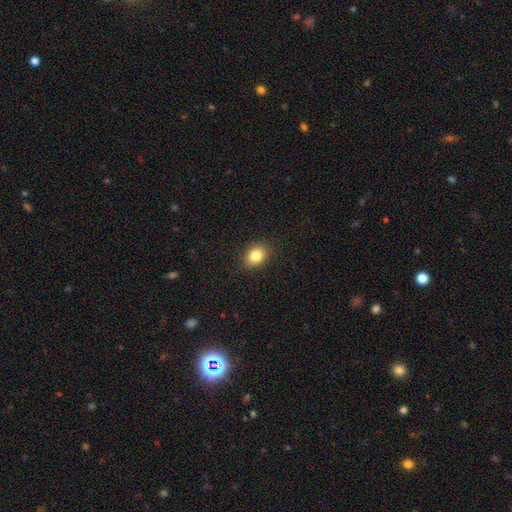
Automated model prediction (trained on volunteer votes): The model was most divided on "how rounded": in between: 61%, round: 38%, cigar-shaped: 1%. More confident: merging — none (89%); smooth or featured — smooth (83%).